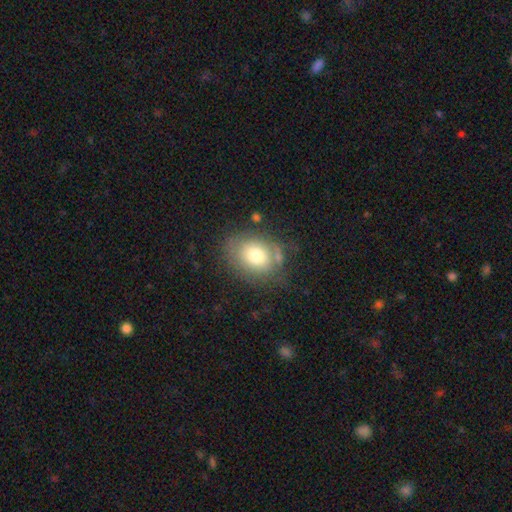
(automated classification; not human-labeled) smooth 72%, featured or disk 18%, star or artifact 10%. Down the decision tree: how rounded — in between (50%); merging — none (64%).